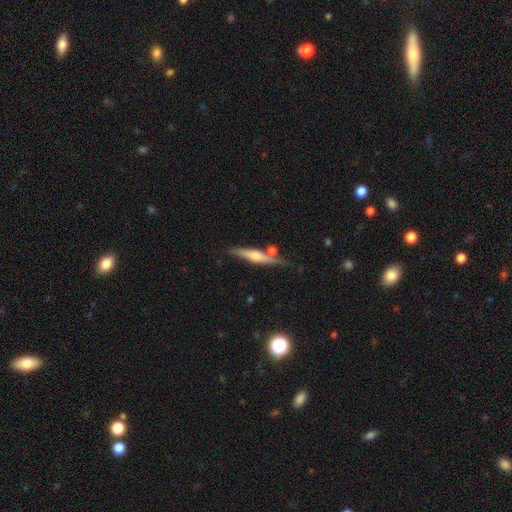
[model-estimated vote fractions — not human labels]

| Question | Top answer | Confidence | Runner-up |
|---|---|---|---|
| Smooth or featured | featured or disk | 53% | smooth (40%) |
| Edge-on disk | yes | 94% | no (6%) |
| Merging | none | 70% | minor disturbance (15%) |